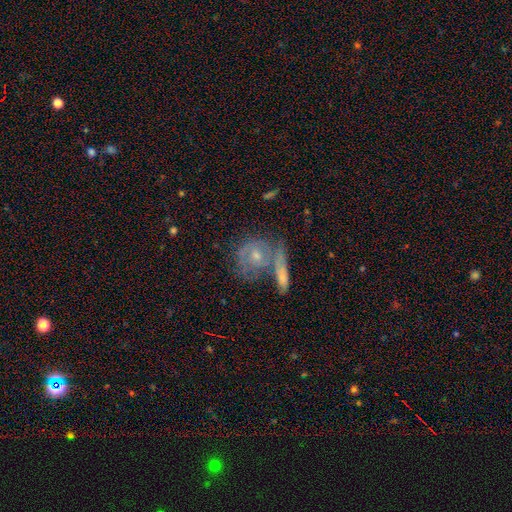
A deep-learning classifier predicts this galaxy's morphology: featured or disk 59%, smooth 32%, star or artifact 8%. Down the decision tree: edge-on disk — no (91%); bar — no (73%); spiral arms — yes (69%); bulge size — moderate (55%); merging — none (42%).